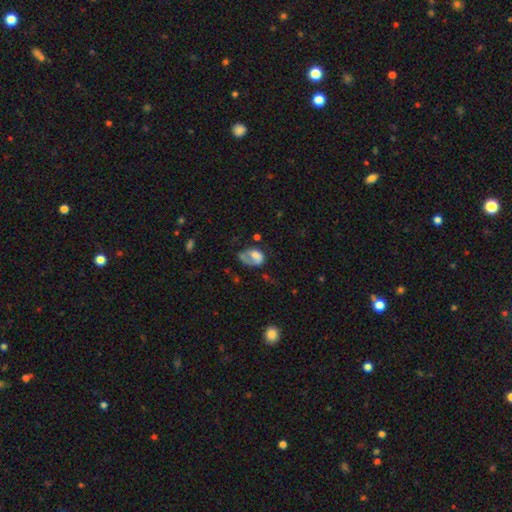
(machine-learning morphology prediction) Overall: smooth (57%; featured or disk 35%). How rounded: in between (76%). Merging: major disturbance (44%; none 26%).